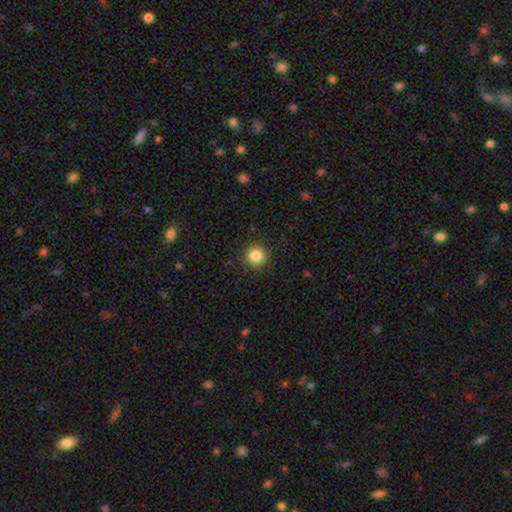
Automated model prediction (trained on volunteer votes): Smooth or featured?
  - smooth: 85% *
  - star or artifact: 10%
  - featured or disk: 5%
How rounded?
  - round: 94% *
  - in between: 5%
  - cigar-shaped: 1%
Merging?
  - none: 90% *
  - minor disturbance: 7%
  - major disturbance: 2%
  - merger: 1%